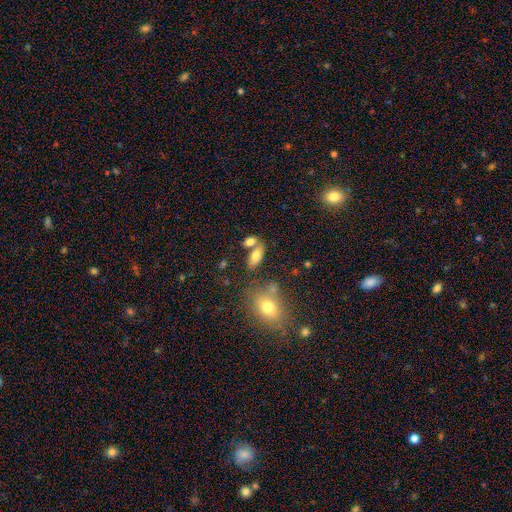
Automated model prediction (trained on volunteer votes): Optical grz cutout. It shows a smooth galaxy with no disk features (76%) that is in between round and cigar-shaped (87%). Merging: none (52%).